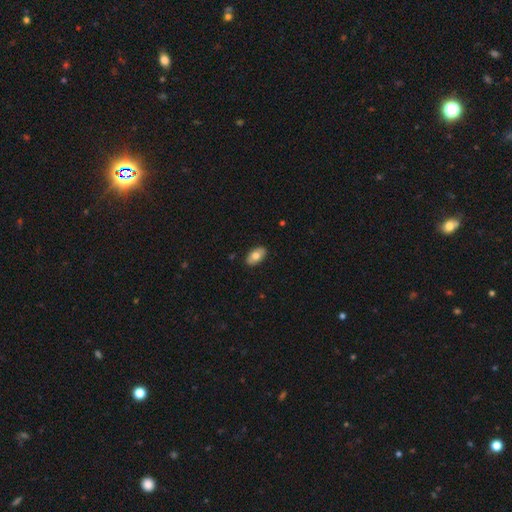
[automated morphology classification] type=smooth (74%); roundness=in between (93%); merging=none (88%).